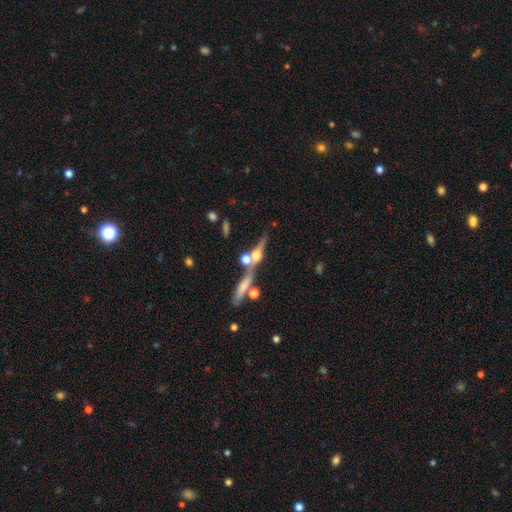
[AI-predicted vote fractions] Q: Smooth or featured?
A: featured or disk (63%); runner-up: smooth (26%)
Q: Edge-on disk?
A: yes (91%); runner-up: no (9%)
Q: Edge-on bulge?
A: rounded (91%); runner-up: boxy (5%)
Q: Merging?
A: none (59%); runner-up: merger (25%)